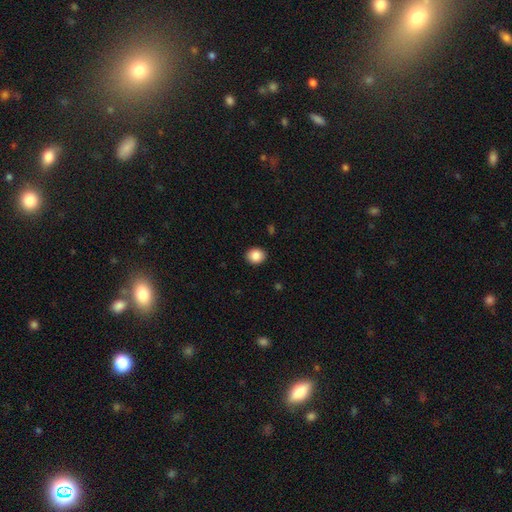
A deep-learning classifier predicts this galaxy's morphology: smooth-or-featured: smooth: 88% | star or artifact: 9% | featured or disk: 4%
  how-rounded: round: 68% | in between: 31% | cigar-shaped: 1%
  merging: none: 91% | minor disturbance: 6% | major disturbance: 2% | merger: 1%